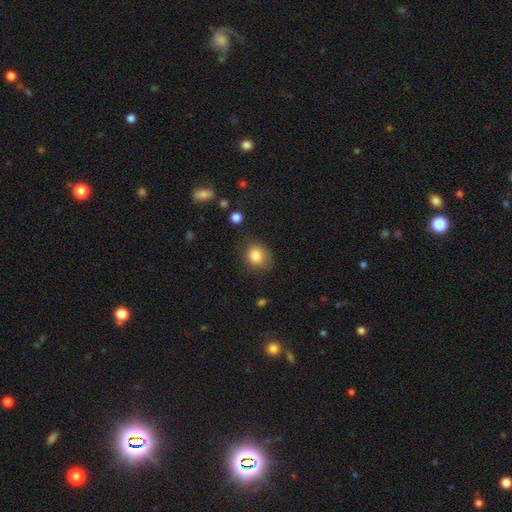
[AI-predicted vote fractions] Q: Smooth or featured?
A: smooth (85%); runner-up: star or artifact (10%)
Q: How rounded?
A: round (70%); runner-up: in between (29%)
Q: Merging?
A: none (75%); runner-up: minor disturbance (18%)